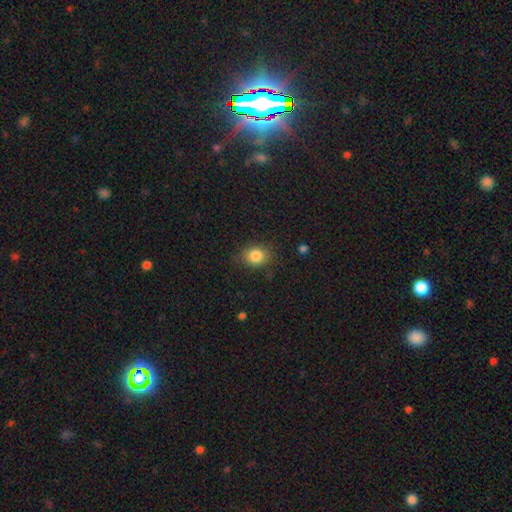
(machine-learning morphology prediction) Overall: smooth (84%). How rounded: round (58%; in between 41%). Merging: none (79%).